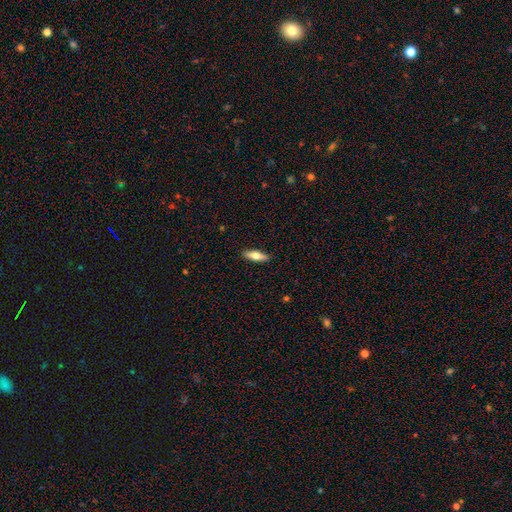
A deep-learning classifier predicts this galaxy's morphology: A smooth galaxy with no disk features (63%) that is cigar-shaped (51%).

Vote fractions:
- Smooth or featured? smooth: 63% / featured or disk: 31% / star or artifact: 6%
- How rounded? cigar-shaped: 51% / in between: 46% / round: 2%
- Merging? none: 90% / minor disturbance: 7% / major disturbance: 2% / merger: 1%